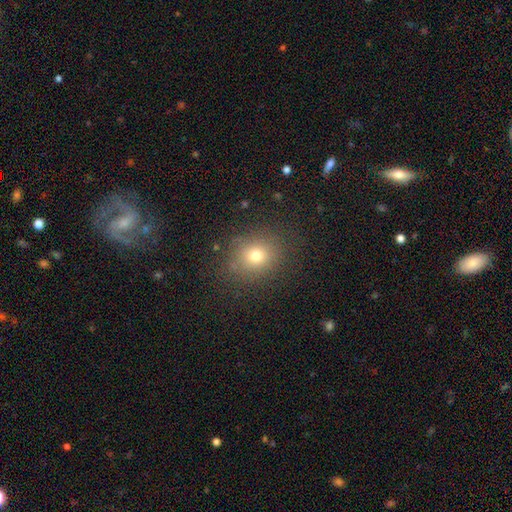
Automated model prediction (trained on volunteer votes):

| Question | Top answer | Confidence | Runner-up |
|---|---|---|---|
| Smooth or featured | smooth | 72% | star or artifact (18%) |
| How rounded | round | 73% | in between (26%) |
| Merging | none | 82% | minor disturbance (11%) |